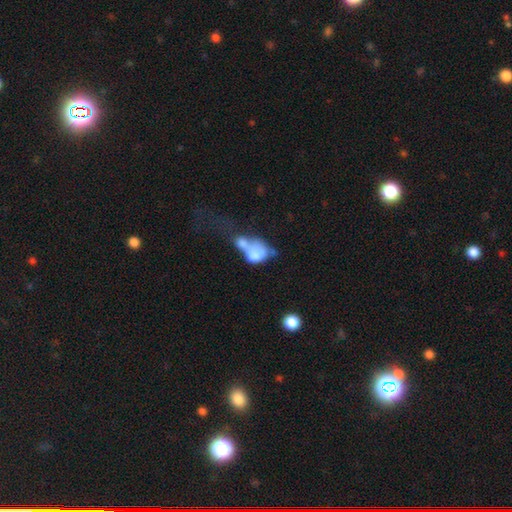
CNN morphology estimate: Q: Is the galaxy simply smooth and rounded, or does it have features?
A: smooth — 63%.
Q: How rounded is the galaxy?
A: in between — 63%.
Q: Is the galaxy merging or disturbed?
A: merger — 67%.